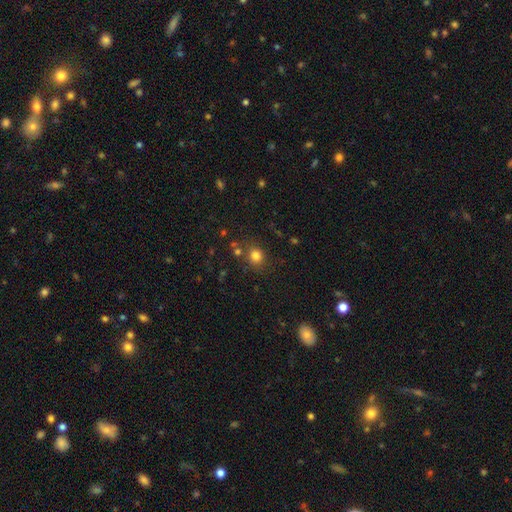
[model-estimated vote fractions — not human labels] The model was most divided on "how rounded": round: 81%, in between: 18%, cigar-shaped: 1%. More confident: merging — none (79%); smooth or featured — smooth (79%).